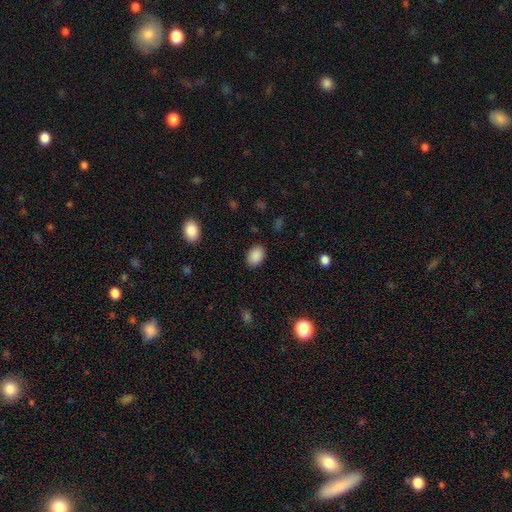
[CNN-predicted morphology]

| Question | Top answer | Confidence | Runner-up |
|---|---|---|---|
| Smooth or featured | smooth | 89% | star or artifact (8%) |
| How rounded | in between | 75% | round (24%) |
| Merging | none | 87% | minor disturbance (9%) |